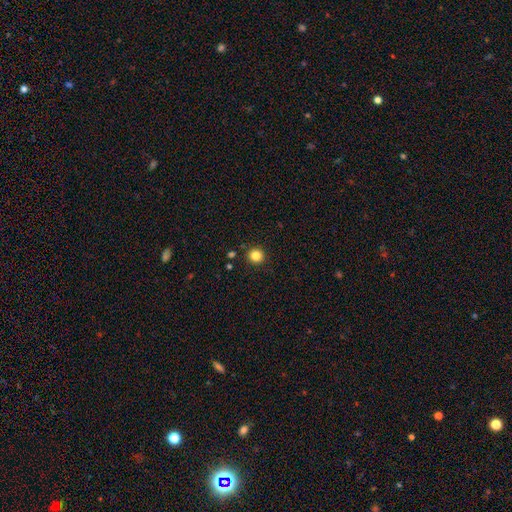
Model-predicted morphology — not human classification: This appears to be a smooth galaxy with no disk features (84%) that is round (93%). Merging: none (91%).